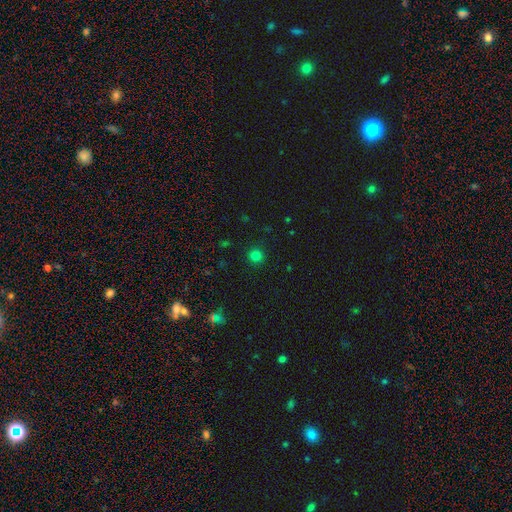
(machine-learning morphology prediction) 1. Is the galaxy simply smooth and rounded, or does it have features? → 80% smooth, 16% star or artifact, 4% featured or disk.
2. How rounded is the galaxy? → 94% round, 5% in between, 1% cigar-shaped.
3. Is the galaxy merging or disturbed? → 91% none, 5% minor disturbance, 2% major disturbance, 1% merger.